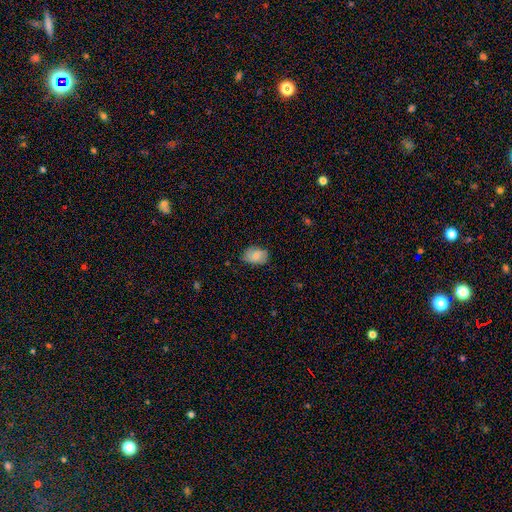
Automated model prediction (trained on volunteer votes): smooth-or-featured: smooth: 78% | featured or disk: 14% | star or artifact: 7%
  how-rounded: in between: 83% | round: 16% | cigar-shaped: 1%
  merging: none: 73% | minor disturbance: 22% | major disturbance: 4% | merger: 1%